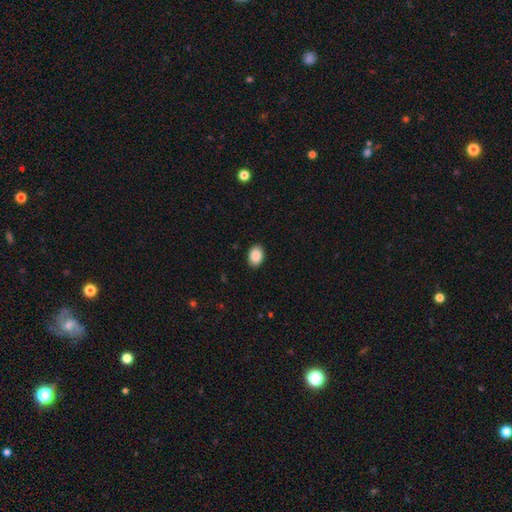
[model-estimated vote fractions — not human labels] smooth_or_featured: smooth (p=0.88) [alt: star or artifact p=0.07]
how_rounded: in between (p=0.81) [alt: round p=0.18]
merging: none (p=0.90) [alt: minor disturbance p=0.07]